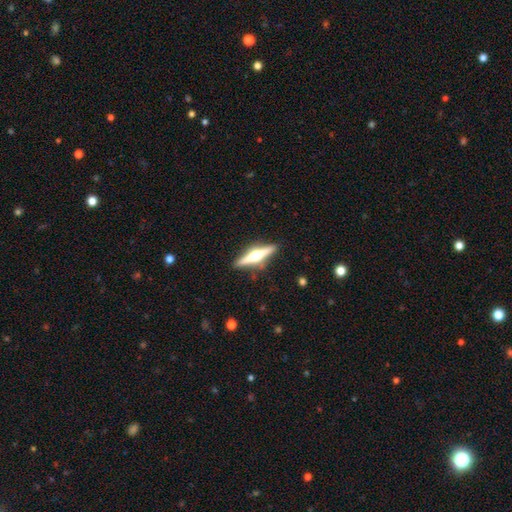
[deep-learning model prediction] Smooth or featured? Predicted: featured or disk (p=0.76). Edge-on disk? Predicted: yes (p=0.98). Edge-on bulge? Predicted: rounded (p=0.95). Merging? Predicted: none (p=0.89).